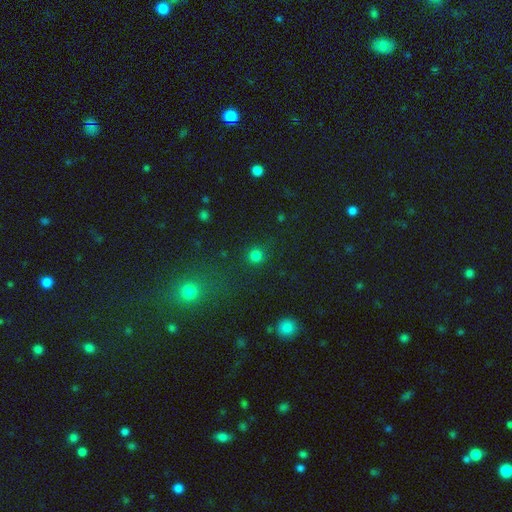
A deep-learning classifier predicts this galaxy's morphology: Smooth or featured?
  - smooth: 80% *
  - star or artifact: 15%
  - featured or disk: 4%
How rounded?
  - round: 93% *
  - in between: 6%
  - cigar-shaped: 1%
Merging?
  - none: 87% *
  - minor disturbance: 7%
  - major disturbance: 3%
  - merger: 3%